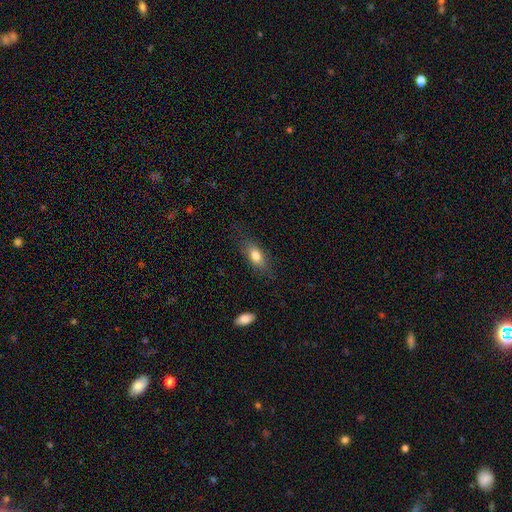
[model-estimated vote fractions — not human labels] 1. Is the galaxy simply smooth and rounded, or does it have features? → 79% smooth, 14% featured or disk, 8% star or artifact.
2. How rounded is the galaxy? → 80% in between, 14% cigar-shaped, 6% round.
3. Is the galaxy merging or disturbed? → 76% none, 17% minor disturbance, 6% major disturbance, 1% merger.